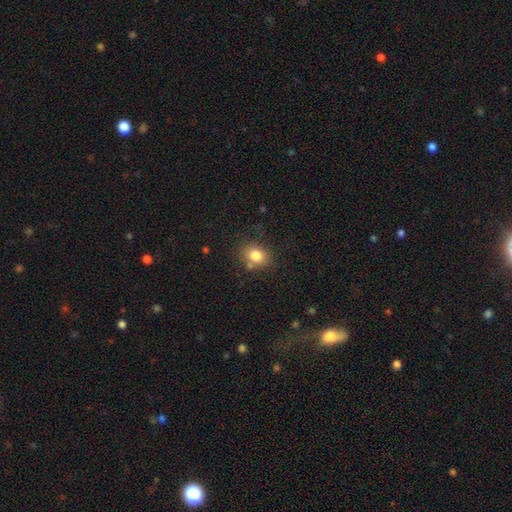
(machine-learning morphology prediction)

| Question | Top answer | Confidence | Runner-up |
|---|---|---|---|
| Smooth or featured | smooth | 81% | star or artifact (11%) |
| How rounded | round | 51% | in between (48%) |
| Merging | none | 73% | minor disturbance (15%) |